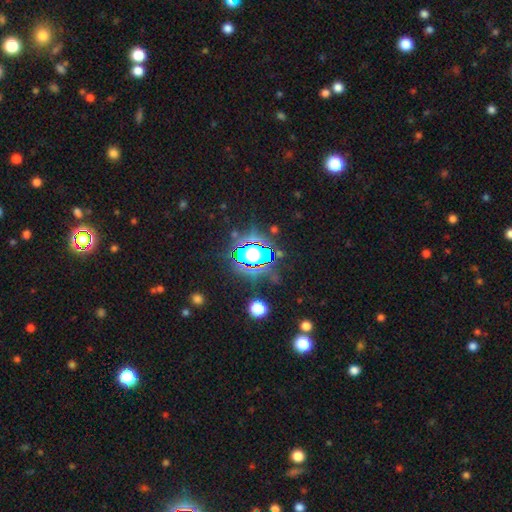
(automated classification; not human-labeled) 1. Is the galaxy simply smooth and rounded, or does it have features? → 66% star or artifact, 22% smooth, 12% featured or disk.